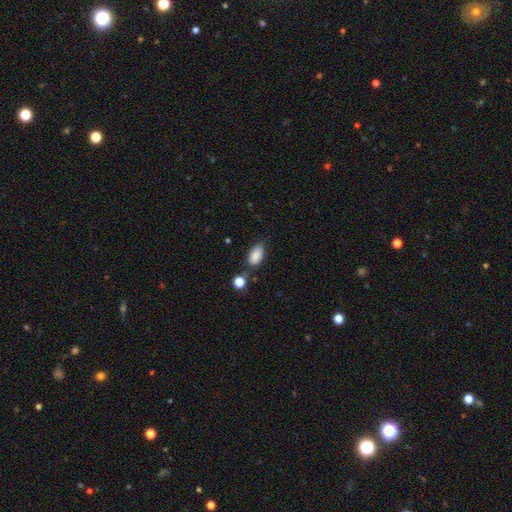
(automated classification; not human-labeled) A smooth galaxy with no disk features (87%) that is in between round and cigar-shaped (92%).

Vote fractions:
- Smooth or featured? smooth: 87% / star or artifact: 8% / featured or disk: 5%
- How rounded? in between: 92% / round: 5% / cigar-shaped: 3%
- Merging? none: 73% / minor disturbance: 17% / merger: 6% / major disturbance: 4%